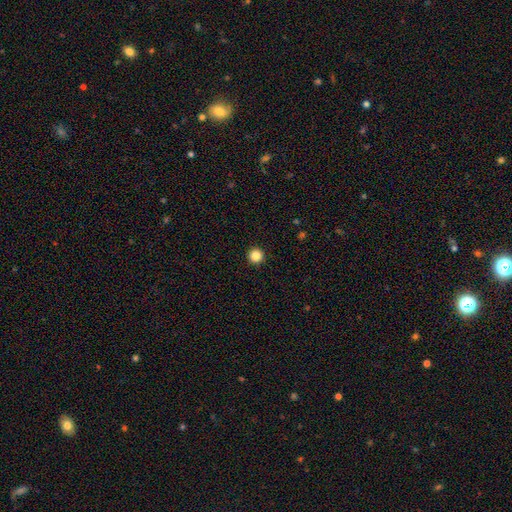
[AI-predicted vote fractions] Overall: smooth (87%). How rounded: round (97%). Merging: none (94%).